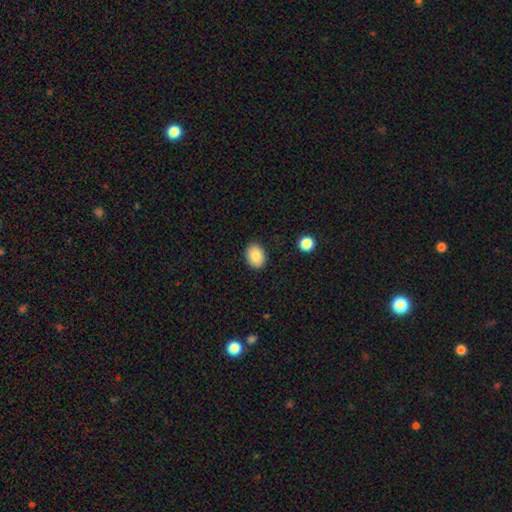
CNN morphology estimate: A smooth galaxy with no disk features (84%) that is in between round and cigar-shaped (66%).

Vote fractions:
- Smooth or featured? smooth: 84% / star or artifact: 8% / featured or disk: 8%
- How rounded? in between: 66% / round: 34% / cigar-shaped: 1%
- Merging? none: 88% / minor disturbance: 8% / major disturbance: 2% / merger: 1%